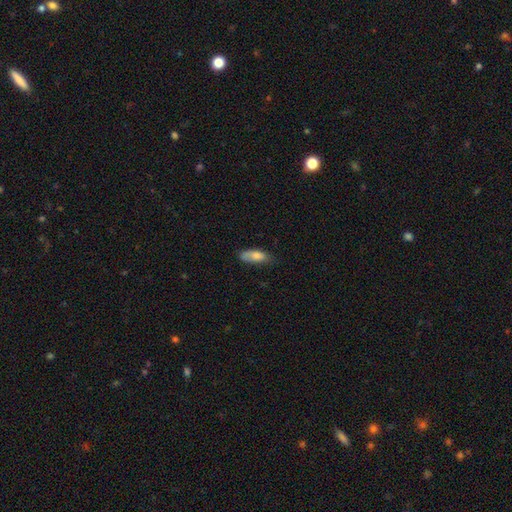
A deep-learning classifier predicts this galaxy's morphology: Smooth or featured: smooth — 79% (featured or disk — 14%)
How rounded: in between — 72% (cigar-shaped — 26%)
Merging: none — 59% (minor disturbance — 30%)